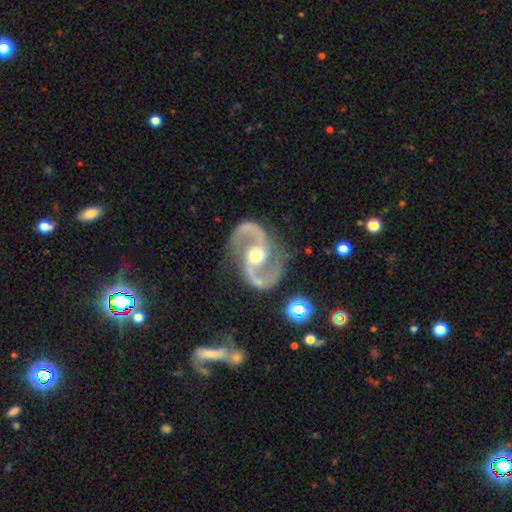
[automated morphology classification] smooth_or_featured: featured or disk (p=0.93) [alt: star or artifact p=0.04]
disk_edge_on: no (p=0.98) [alt: yes p=0.02]
bar: no (p=0.42) [alt: weak p=0.37]
has_spiral_arms: yes (p=0.98) [alt: no p=0.02]
spiral_winding: medium (p=0.61) [alt: loose p=0.27]
spiral_arm_count: 2 (p=0.95) [alt: can't tell p=0.01]
bulge_size: moderate (p=0.71) [alt: small p=0.18]
merging: none (p=0.81) [alt: minor disturbance p=0.12]